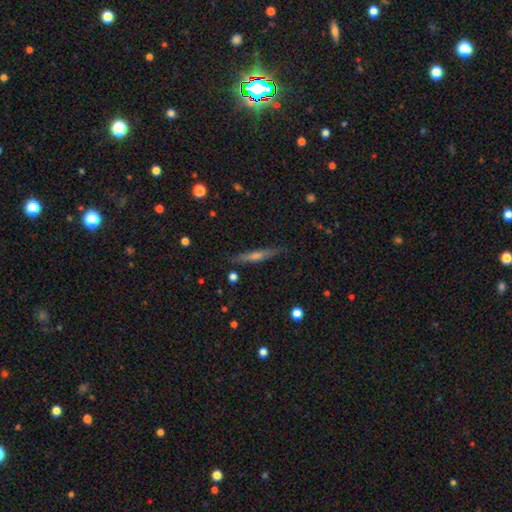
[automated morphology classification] Smooth or featured? Predicted: featured or disk (p=0.58). Edge-on disk? Predicted: yes (p=0.96). Edge-on bulge? Predicted: rounded (p=0.59). Merging? Predicted: none (p=0.88).